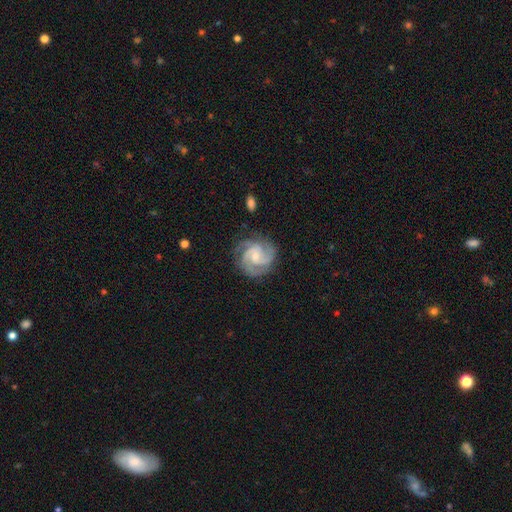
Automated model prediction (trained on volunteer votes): smooth-or-featured: featured or disk: 90% | smooth: 6% | star or artifact: 4%
  disk-edge-on: no: 98% | yes: 2%
    bar: no: 51% | weak: 40% | strong: 8%
    has-spiral-arms: yes: 98% | no: 2%
      spiral-winding: tight: 54% | medium: 41% | loose: 5%
      spiral-arm-count: 3: 56% | 2: 19% | 4: 9% | can't tell: 8% | 1: 4% | more than 4: 4%
    bulge-size: small: 58% | moderate: 34% | none: 5% | large: 2% | dominant: 1%
  merging: none: 78% | minor disturbance: 16% | major disturbance: 5% | merger: 1%